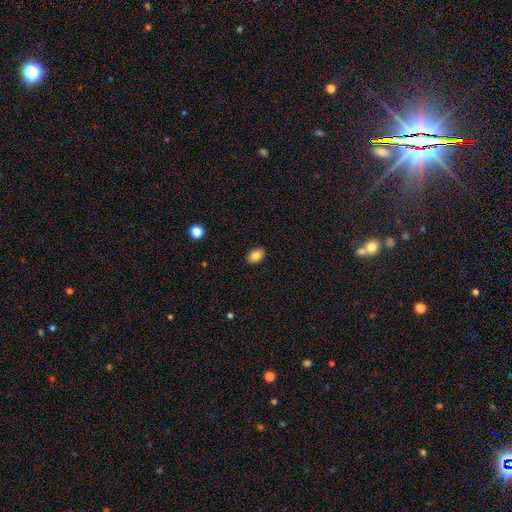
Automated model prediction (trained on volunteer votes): Morphology: type=smooth (84%); roundness=in between (86%); merging=none (89%).